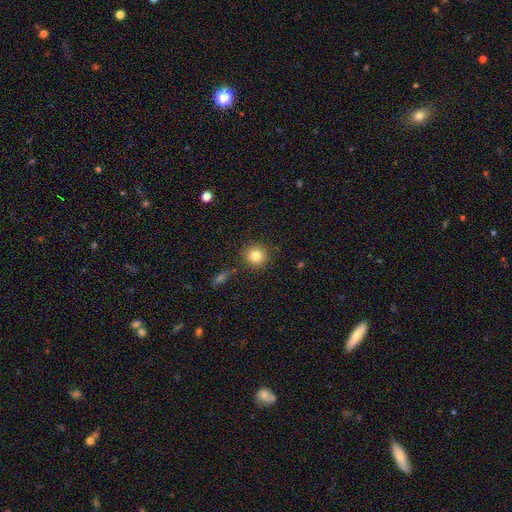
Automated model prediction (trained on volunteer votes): Morphology: type=smooth (81%); roundness=round (93%); merging=none (87%).